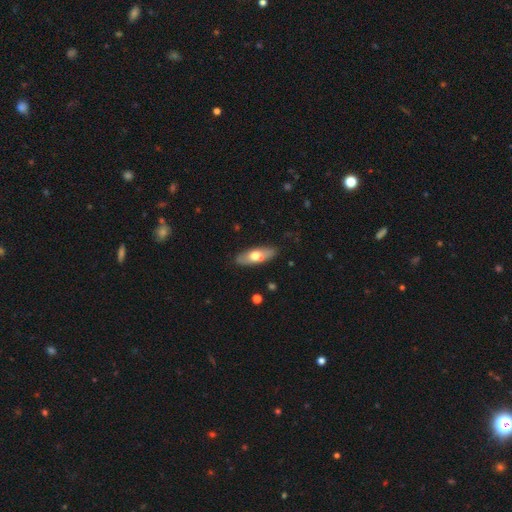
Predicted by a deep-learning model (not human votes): Morphology: type=smooth (57%); roundness=in between (69%); merging=none (83%).